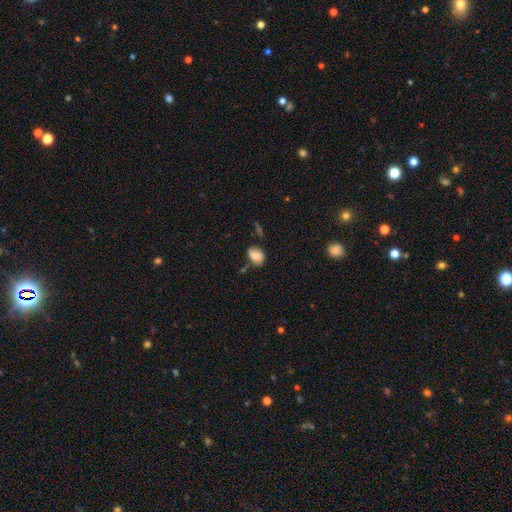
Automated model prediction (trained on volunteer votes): smooth_or_featured: smooth (p=0.81) [alt: featured or disk p=0.10]
how_rounded: in between (p=0.67) [alt: round p=0.32]
merging: none (p=0.58) [alt: minor disturbance p=0.26]